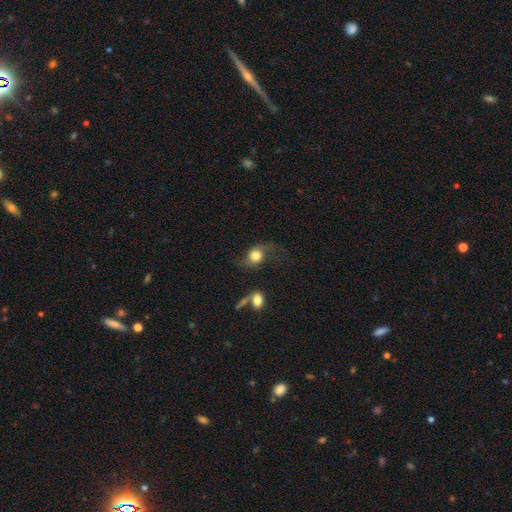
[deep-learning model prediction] Morphology: type=smooth (48%); merging=none (52%).